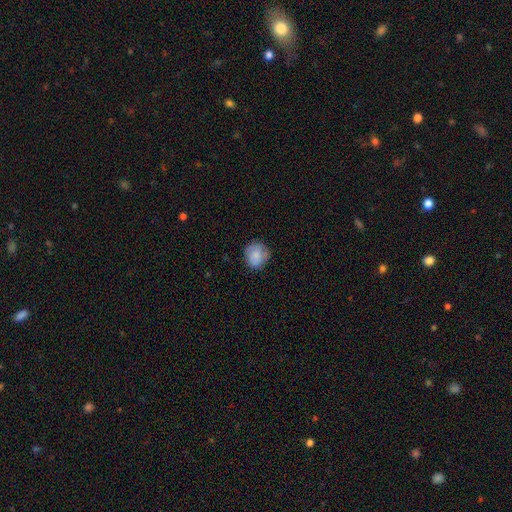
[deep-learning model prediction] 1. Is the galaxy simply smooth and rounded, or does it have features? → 83% smooth, 10% featured or disk, 7% star or artifact.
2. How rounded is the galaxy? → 84% round, 15% in between, 1% cigar-shaped.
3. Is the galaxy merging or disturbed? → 79% none, 17% minor disturbance, 4% major disturbance, 1% merger.